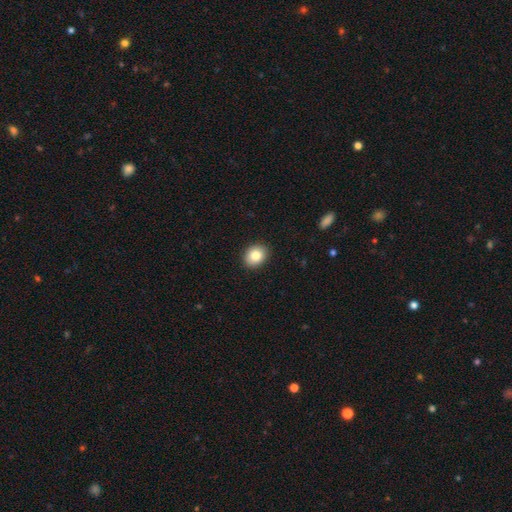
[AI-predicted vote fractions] This appears to be a smooth galaxy with no disk features (84%) that is round (54%). Merging: none (91%).